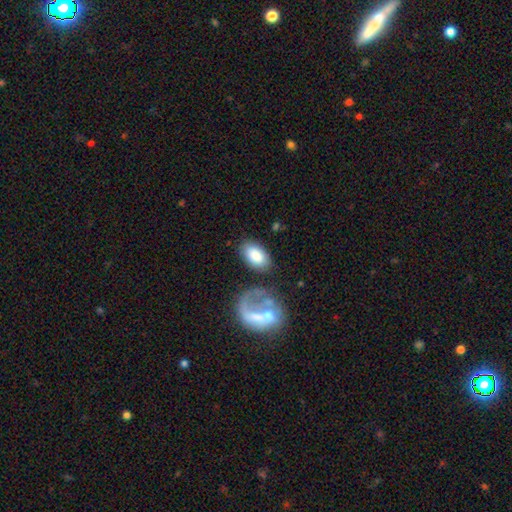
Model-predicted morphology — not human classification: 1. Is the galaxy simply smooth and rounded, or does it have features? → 82% smooth, 11% featured or disk, 6% star or artifact.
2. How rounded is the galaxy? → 93% in between, 6% round, 2% cigar-shaped.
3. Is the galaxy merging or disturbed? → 72% none, 14% minor disturbance, 7% merger, 7% major disturbance.